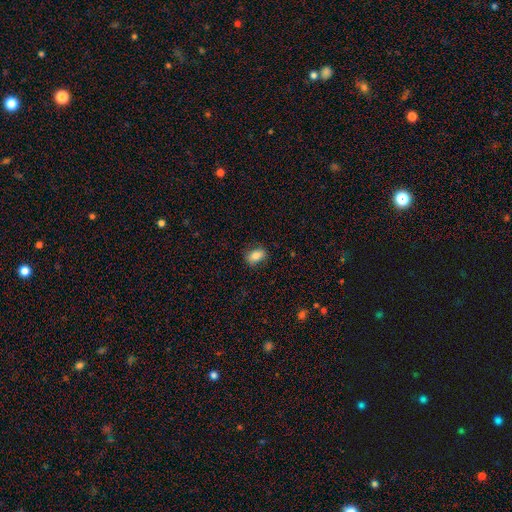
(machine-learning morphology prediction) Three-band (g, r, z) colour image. It shows a smooth galaxy with no disk features (82%) that is in between round and cigar-shaped (81%). Merging: none (82%).